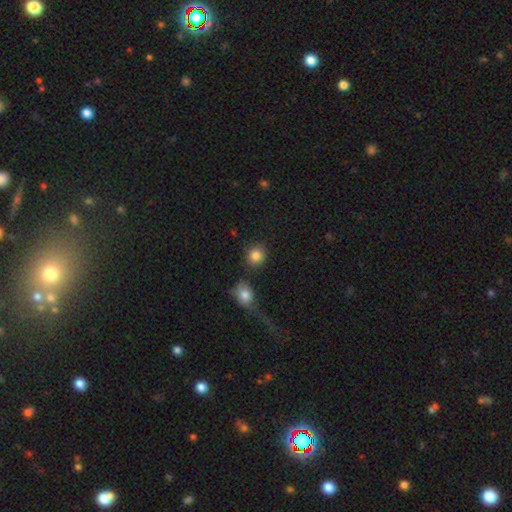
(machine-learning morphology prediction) Q: Smooth or featured?
A: smooth (85%); runner-up: star or artifact (9%)
Q: How rounded?
A: round (84%); runner-up: in between (15%)
Q: Merging?
A: none (78%); runner-up: merger (9%)